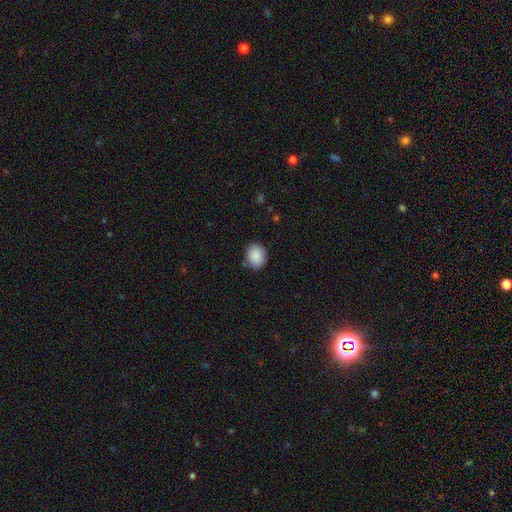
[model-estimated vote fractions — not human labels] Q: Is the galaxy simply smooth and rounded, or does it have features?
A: smooth — 89%.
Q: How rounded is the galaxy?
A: round — 57%.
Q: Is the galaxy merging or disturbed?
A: none — 82%.